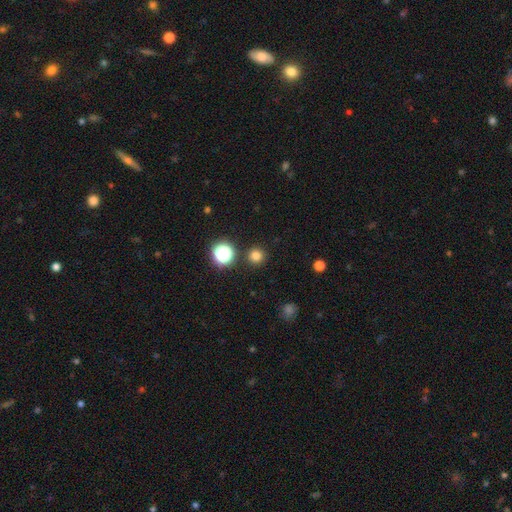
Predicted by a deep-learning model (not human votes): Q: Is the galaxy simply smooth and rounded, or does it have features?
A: smooth — 78%.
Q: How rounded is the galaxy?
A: round — 95%.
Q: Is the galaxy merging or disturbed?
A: none — 90%.